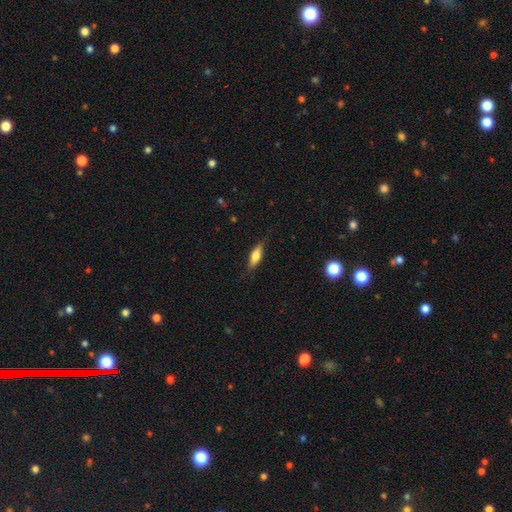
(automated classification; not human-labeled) A smooth galaxy with no disk features (62%) that is in between round and cigar-shaped (52%).

Vote fractions:
- Smooth or featured? smooth: 62% / featured or disk: 32% / star or artifact: 6%
- How rounded? in between: 52% / cigar-shaped: 45% / round: 3%
- Merging? none: 75% / minor disturbance: 19% / major disturbance: 5% / merger: 1%